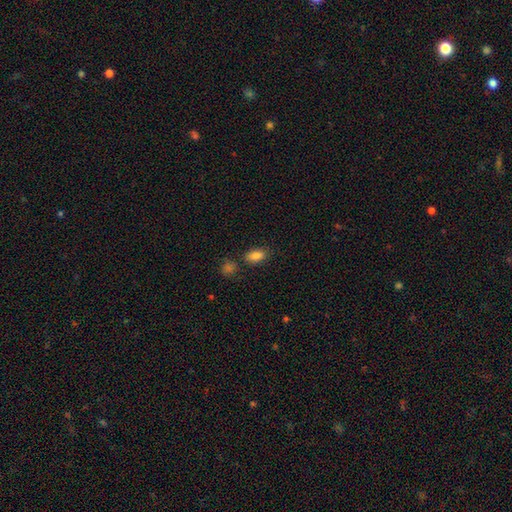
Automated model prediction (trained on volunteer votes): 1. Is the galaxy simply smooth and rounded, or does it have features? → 85% smooth, 9% star or artifact, 6% featured or disk.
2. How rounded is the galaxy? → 90% in between, 7% round, 4% cigar-shaped.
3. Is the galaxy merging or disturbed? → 76% none, 12% minor disturbance, 8% merger, 3% major disturbance.